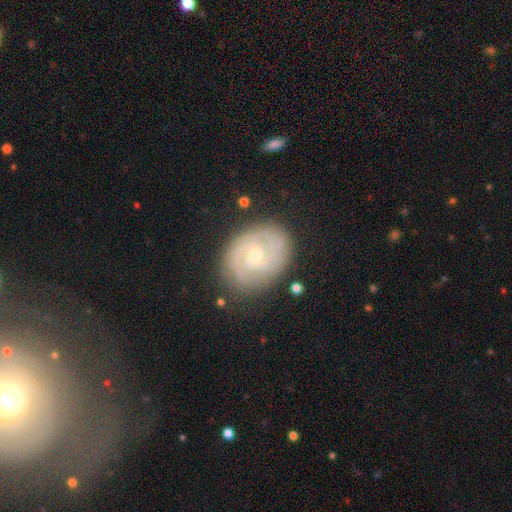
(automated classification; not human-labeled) featured or disk 86%, smooth 8%, star or artifact 5%. Down the decision tree: edge-on disk — no (98%); bar — no (62%); spiral arms — yes (97%); spiral arm count — 2 (61%); spiral winding — tight (67%); bulge size — small (61%); merging — none (82%).